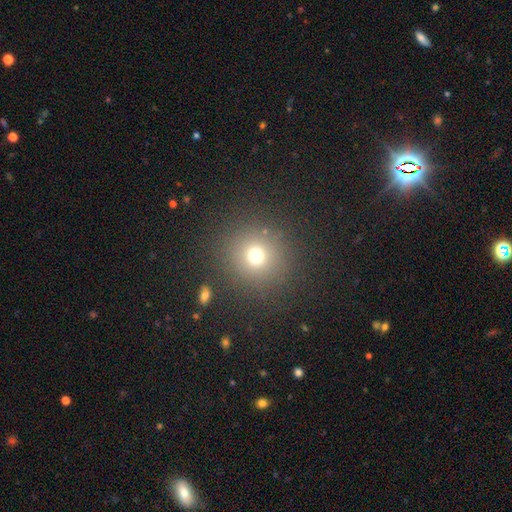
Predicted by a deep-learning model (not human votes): smooth 71%, star or artifact 20%, featured or disk 9%. Down the decision tree: how rounded — round (92%); merging — none (86%).